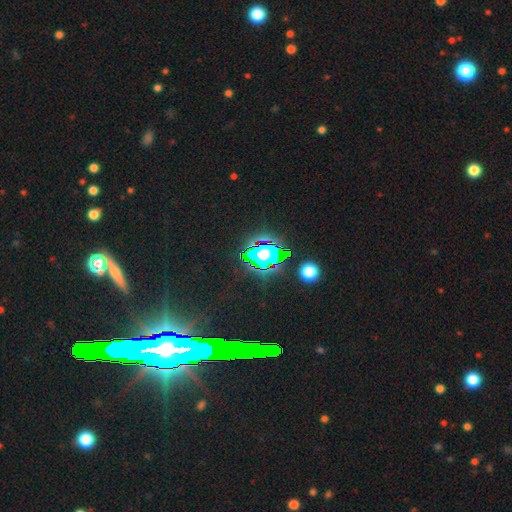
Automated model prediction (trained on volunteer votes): Smooth or featured? Predicted: star or artifact (p=0.79).